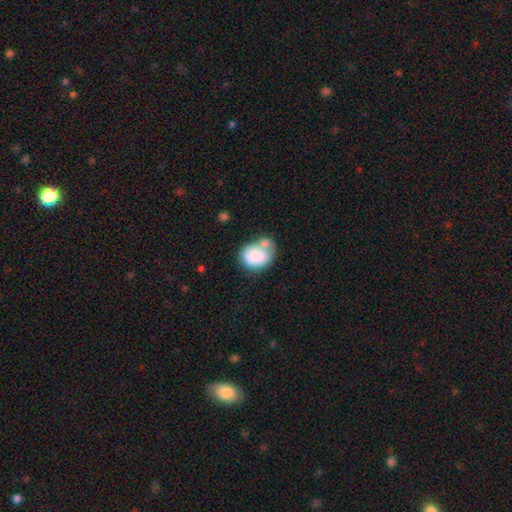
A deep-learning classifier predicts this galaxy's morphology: Smooth or featured?
  - smooth: 81% *
  - featured or disk: 12%
  - star or artifact: 7%
How rounded?
  - in between: 60% *
  - round: 39%
  - cigar-shaped: 1%
Merging?
  - merger: 44% *
  - none: 30%
  - minor disturbance: 17%
  - major disturbance: 9%